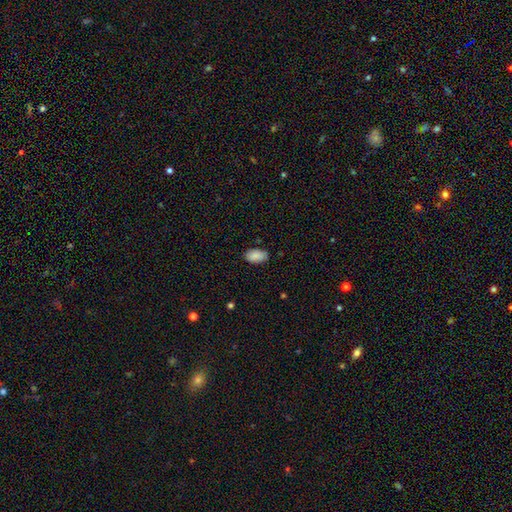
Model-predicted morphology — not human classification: smooth-or-featured: smooth: 89% | star or artifact: 7% | featured or disk: 4%
  how-rounded: in between: 94% | round: 4% | cigar-shaped: 2%
  merging: none: 82% | minor disturbance: 15% | major disturbance: 3% | merger: 1%